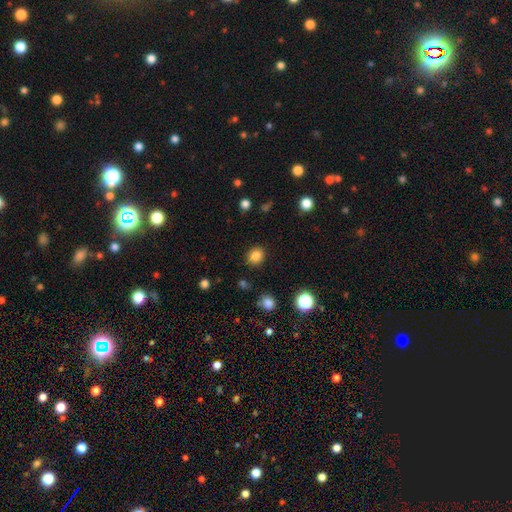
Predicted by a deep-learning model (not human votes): This appears to be a smooth galaxy with no disk features (85%) that is round (83%). Merging: none (89%).